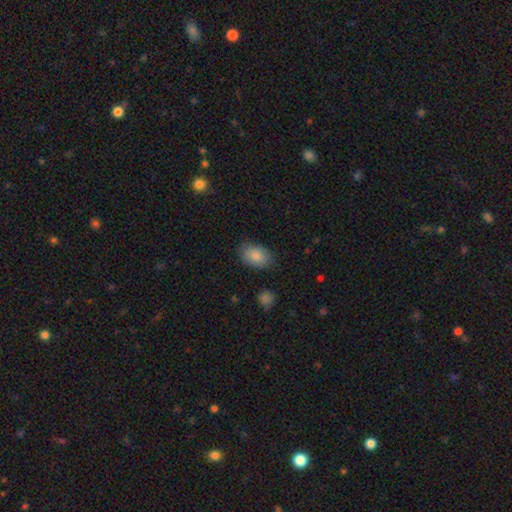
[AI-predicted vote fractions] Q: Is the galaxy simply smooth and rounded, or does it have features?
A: smooth — 86%.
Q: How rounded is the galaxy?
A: in between — 87%.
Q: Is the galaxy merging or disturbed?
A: none — 80%.